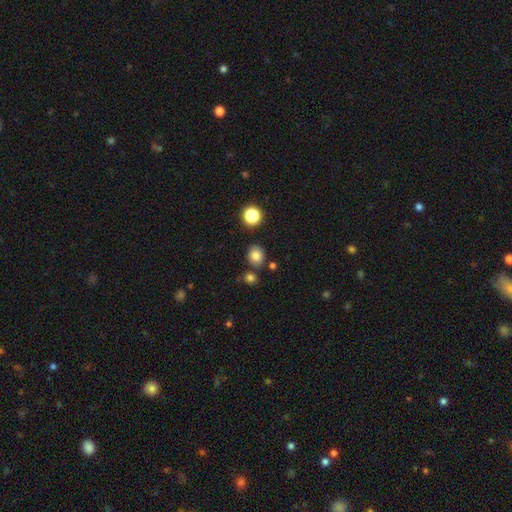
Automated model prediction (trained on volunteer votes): Morphology: type=smooth (80%); roundness=round (67%); merging=none (80%).